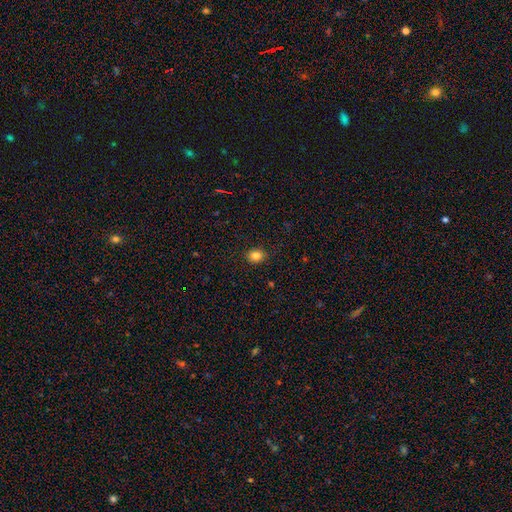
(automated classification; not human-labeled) Smooth or featured: smooth — 83% (star or artifact — 11%)
How rounded: round — 67% (in between — 32%)
Merging: none — 90% (minor disturbance — 7%)